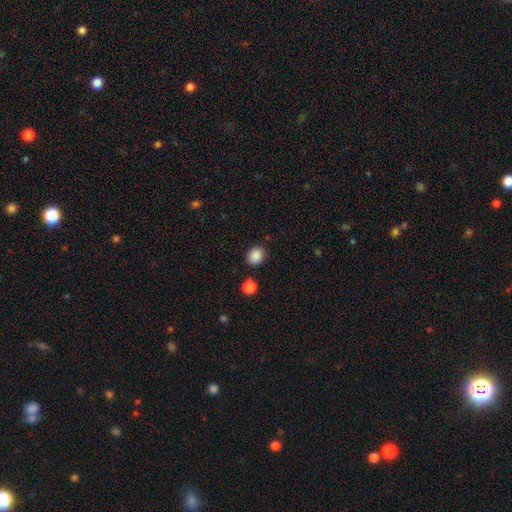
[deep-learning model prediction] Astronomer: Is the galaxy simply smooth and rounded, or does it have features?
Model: smooth — 87%.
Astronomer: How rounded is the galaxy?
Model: round — 71%.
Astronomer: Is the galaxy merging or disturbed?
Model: none — 84%.